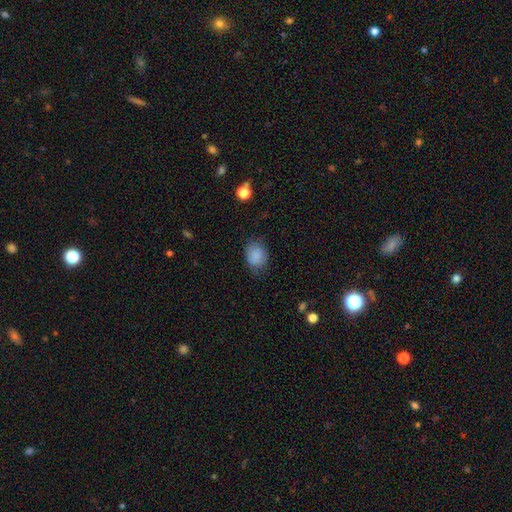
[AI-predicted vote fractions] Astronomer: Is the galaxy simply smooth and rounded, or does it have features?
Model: smooth — 86%.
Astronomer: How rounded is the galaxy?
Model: in between — 57% (runner-up: round, 42%).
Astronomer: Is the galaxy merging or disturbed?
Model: none — 72%.